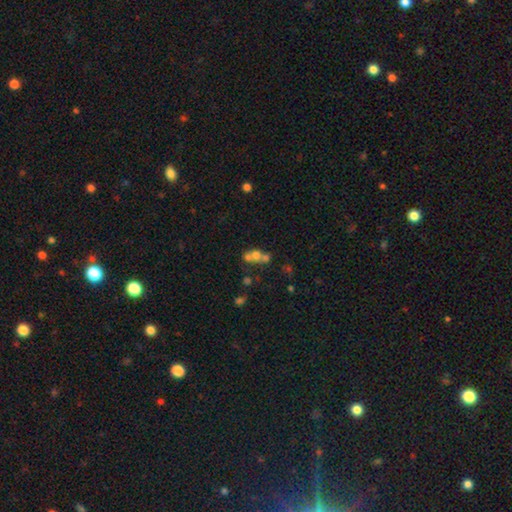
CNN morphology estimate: The model was most divided on "merging": merger: 59%, none: 29%, minor disturbance: 7%, major disturbance: 5%. More confident: how rounded — round (67%); smooth or featured — smooth (57%).